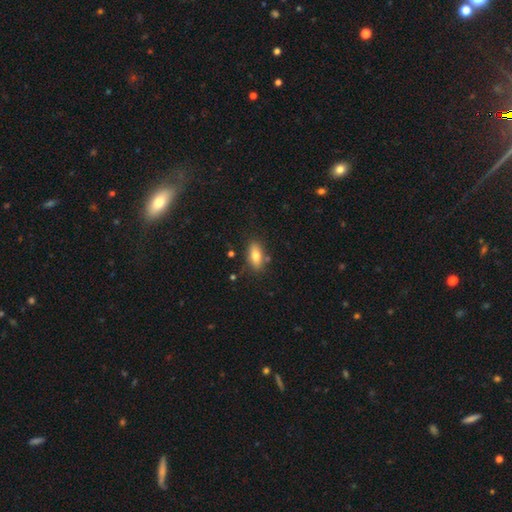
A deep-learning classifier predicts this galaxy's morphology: smooth-or-featured: smooth: 74% | featured or disk: 18% | star or artifact: 8%
  how-rounded: in between: 83% | cigar-shaped: 12% | round: 5%
  merging: none: 78% | minor disturbance: 14% | merger: 5% | major disturbance: 3%